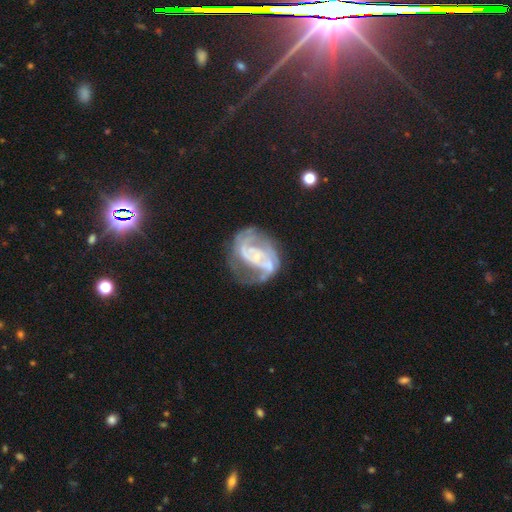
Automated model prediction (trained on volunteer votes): Smooth or featured?
  - featured or disk: 82% *
  - smooth: 11%
  - star or artifact: 7%
Edge-on disk?
  - no: 98% *
  - yes: 2%
Bar?
  - no: 52% *
  - weak: 35%
  - strong: 13%
Spiral arms?
  - yes: 85% *
  - no: 15%
Spiral winding?
  - medium: 43% *
  - tight: 37%
  - loose: 20%
Spiral arm count?
  - 2: 49% *
  - can't tell: 25%
  - 3: 11%
  - 1: 7%
  - 4: 4%
  - more than 4: 4%
Bulge size?
  - small: 70% *
  - moderate: 18%
  - none: 9%
  - large: 2%
  - dominant: 1%
Merging?
  - none: 40% *
  - major disturbance: 30%
  - minor disturbance: 22%
  - merger: 8%